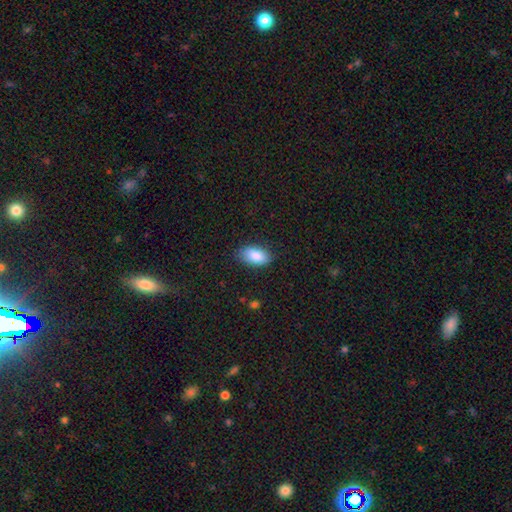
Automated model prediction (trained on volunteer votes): Overall: smooth (87%). How rounded: in between (93%). Merging: none (83%).